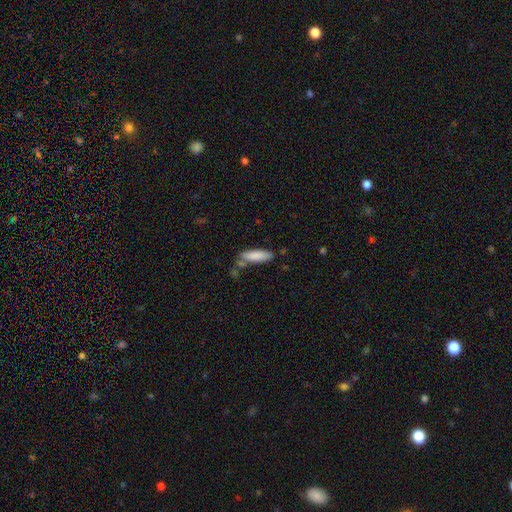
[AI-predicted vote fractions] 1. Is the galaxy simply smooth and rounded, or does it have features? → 84% smooth, 9% featured or disk, 6% star or artifact.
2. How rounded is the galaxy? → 60% cigar-shaped, 38% in between, 2% round.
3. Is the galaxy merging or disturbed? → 67% none, 18% minor disturbance, 10% merger, 5% major disturbance.